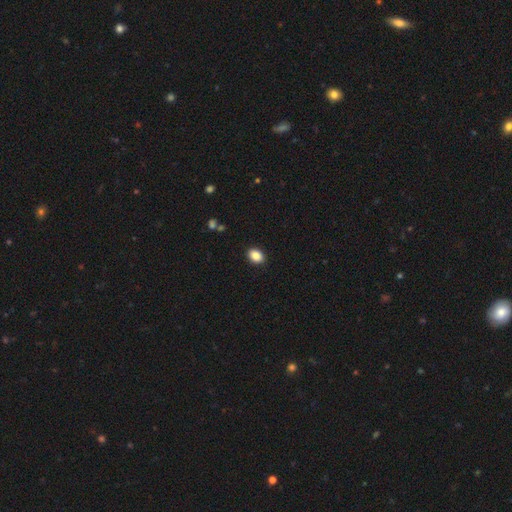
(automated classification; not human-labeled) smooth-or-featured: smooth: 88% | star or artifact: 8% | featured or disk: 4%
  how-rounded: in between: 78% | round: 21% | cigar-shaped: 1%
  merging: none: 90% | minor disturbance: 7% | major disturbance: 2% | merger: 1%